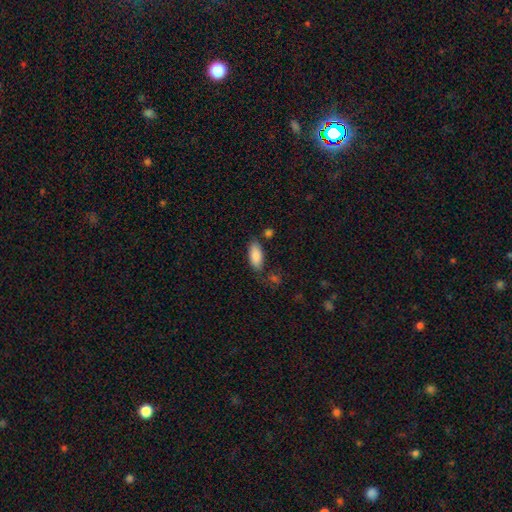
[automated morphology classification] Smooth or featured?
  - smooth: 87% *
  - featured or disk: 6%
  - star or artifact: 6%
How rounded?
  - in between: 87% *
  - cigar-shaped: 11%
  - round: 2%
Merging?
  - none: 73% *
  - minor disturbance: 17%
  - merger: 6%
  - major disturbance: 5%